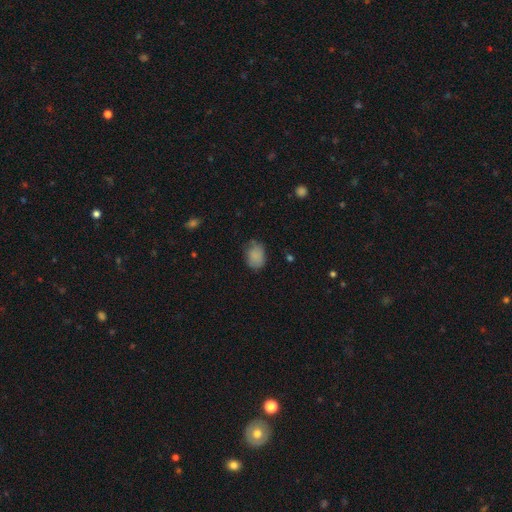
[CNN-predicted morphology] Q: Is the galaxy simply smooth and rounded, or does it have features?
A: smooth — 83%.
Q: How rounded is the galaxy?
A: in between — 62%.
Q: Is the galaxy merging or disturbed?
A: none — 64%.